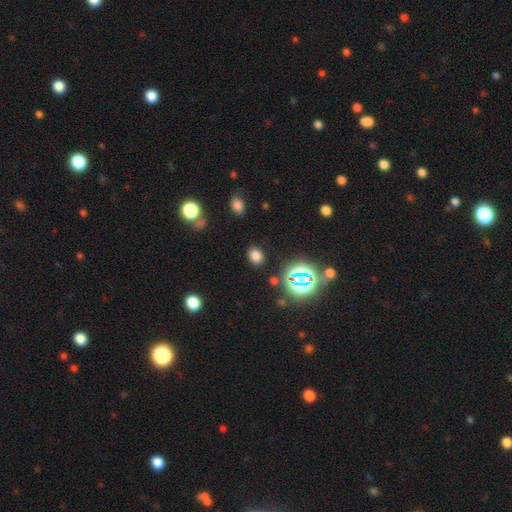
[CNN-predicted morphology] Q: Smooth or featured?
A: smooth (72%); runner-up: star or artifact (22%)
Q: How rounded?
A: in between (56%); runner-up: round (42%)
Q: Merging?
A: none (86%); runner-up: minor disturbance (9%)